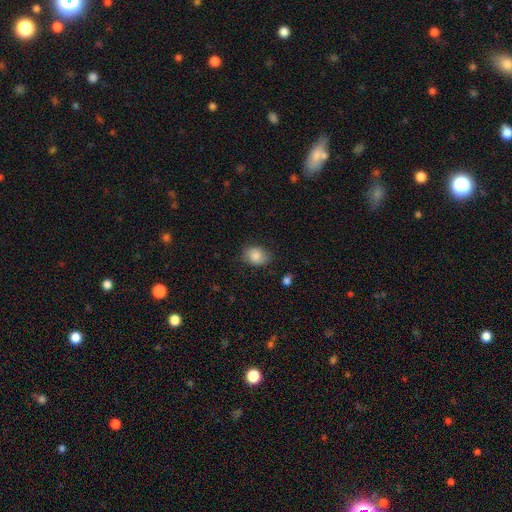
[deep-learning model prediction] Q: Smooth or featured?
A: smooth (84%); runner-up: featured or disk (8%)
Q: How rounded?
A: in between (68%); runner-up: round (31%)
Q: Merging?
A: none (76%); runner-up: minor disturbance (18%)